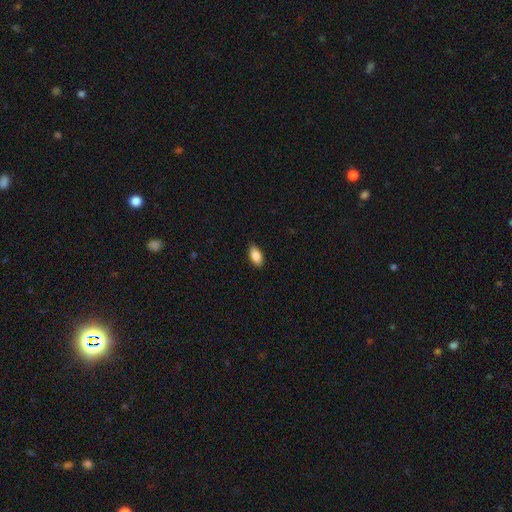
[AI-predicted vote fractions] smooth 87%, star or artifact 7%, featured or disk 6%. Down the decision tree: how rounded — in between (91%); merging — none (88%).